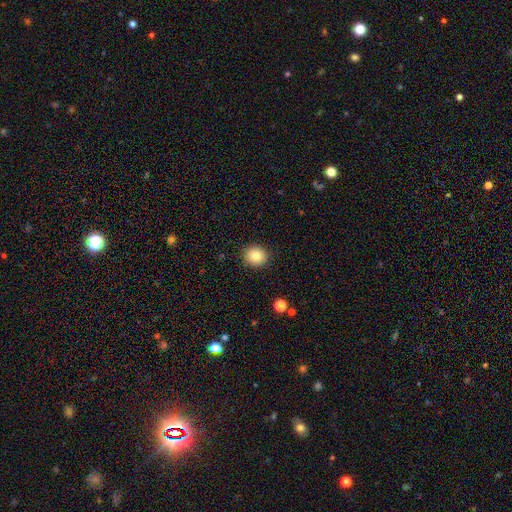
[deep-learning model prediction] Morphology: type=smooth (83%); roundness=round (84%); merging=none (90%).